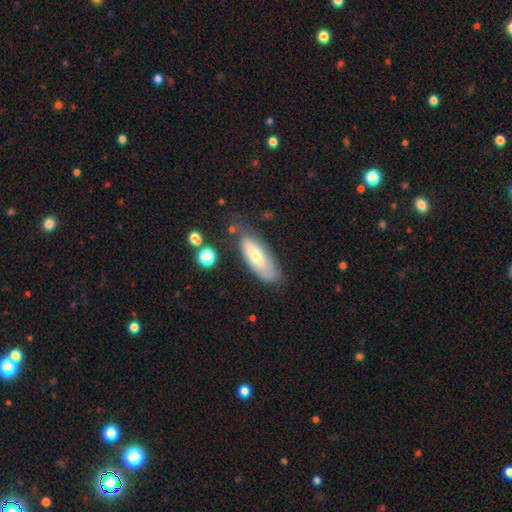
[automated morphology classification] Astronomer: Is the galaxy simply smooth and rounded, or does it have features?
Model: smooth — 60%.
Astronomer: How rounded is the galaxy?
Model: in between — 71%.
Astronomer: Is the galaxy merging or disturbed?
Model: none — 65%.